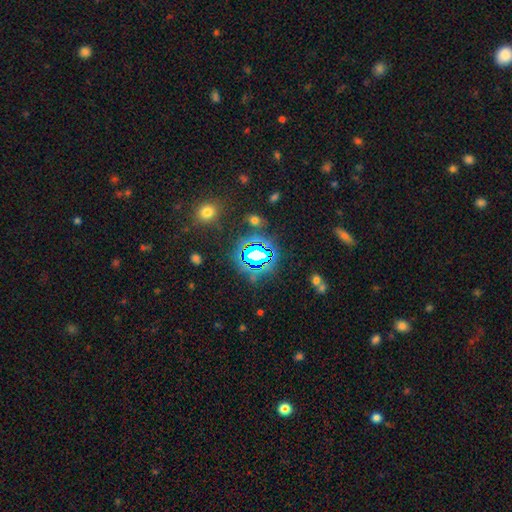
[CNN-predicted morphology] Smooth or featured?
  - star or artifact: 71% *
  - smooth: 18%
  - featured or disk: 11%